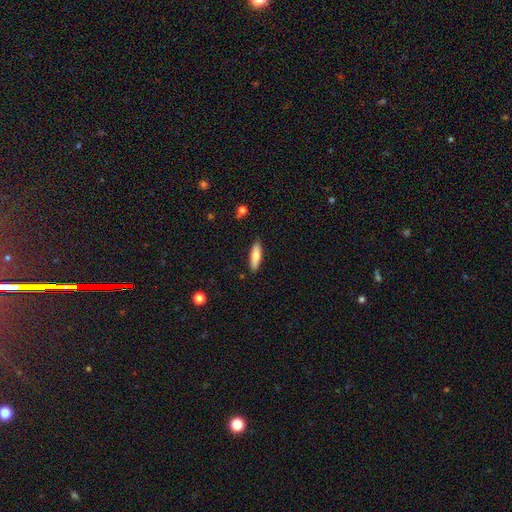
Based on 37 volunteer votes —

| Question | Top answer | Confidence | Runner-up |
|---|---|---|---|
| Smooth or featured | smooth | 73% | featured or disk (22%) |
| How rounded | cigar-shaped | 89% | in between (11%) |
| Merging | none | 80% | minor disturbance (20%) |